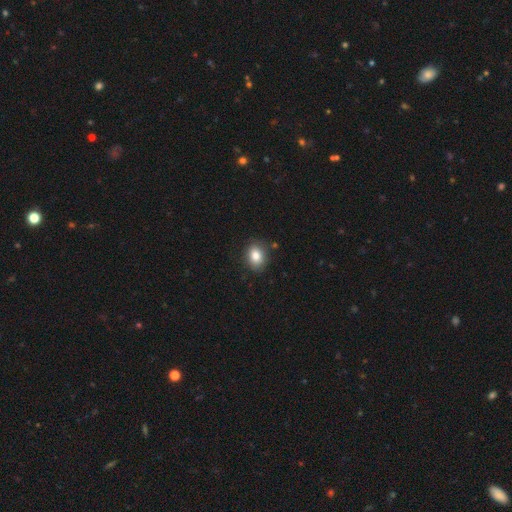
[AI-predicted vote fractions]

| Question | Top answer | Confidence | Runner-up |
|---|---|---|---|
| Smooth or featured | smooth | 83% | star or artifact (9%) |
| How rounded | in between | 65% | round (34%) |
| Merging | none | 83% | minor disturbance (13%) |